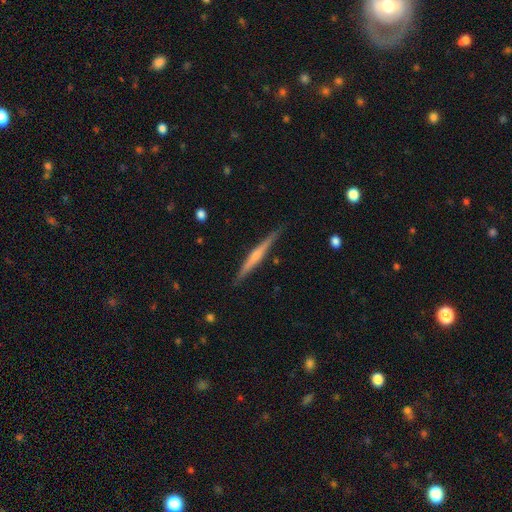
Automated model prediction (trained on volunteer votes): A featured or disk galaxy (62%) viewed edge-on (98%) with a rounded central bulge (54%). Merging: none (88%).